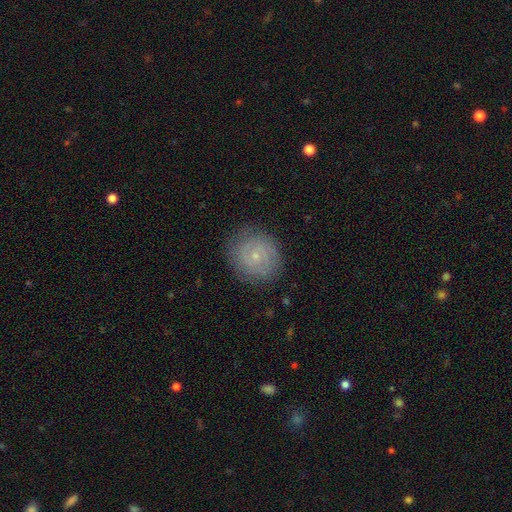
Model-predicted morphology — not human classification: This appears to be a featured or disk galaxy (52%) with no bar (79%), spiral arms (79%) and a small central bulge (82%). Merging: none (82%).